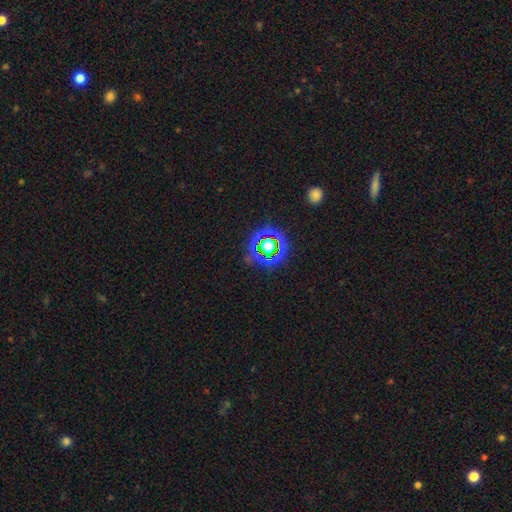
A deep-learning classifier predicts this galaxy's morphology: A star or artifact, not a galaxy (73%).